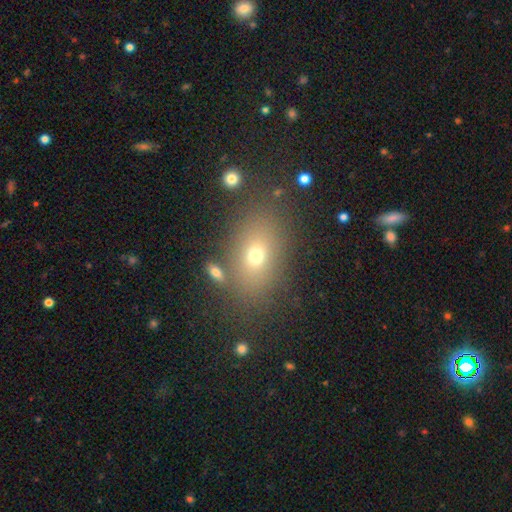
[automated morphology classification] smooth 68%, featured or disk 16%, star or artifact 16%. Down the decision tree: how rounded — in between (77%); merging — none (78%).